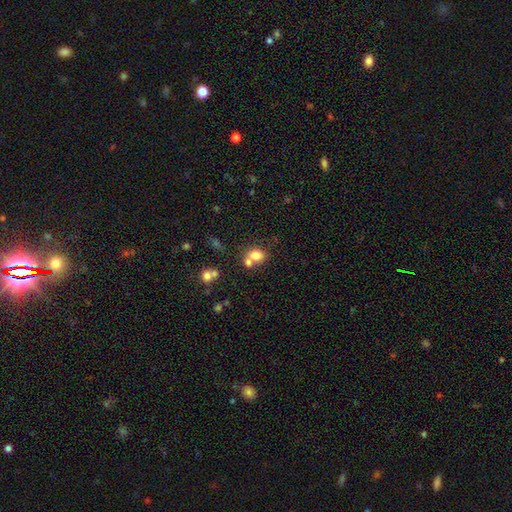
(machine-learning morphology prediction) Smooth or featured? smooth (76%)
How rounded? round (54%)
Merging? none (43%)